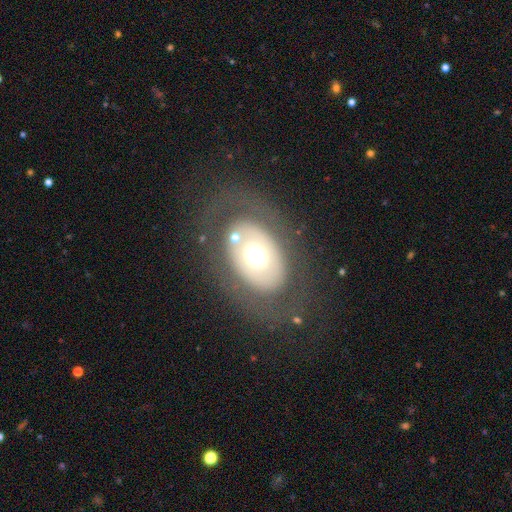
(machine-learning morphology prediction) smooth_or_featured: featured or disk (p=0.45) [alt: smooth p=0.44]
merging: none (p=0.70) [alt: major disturbance p=0.14]